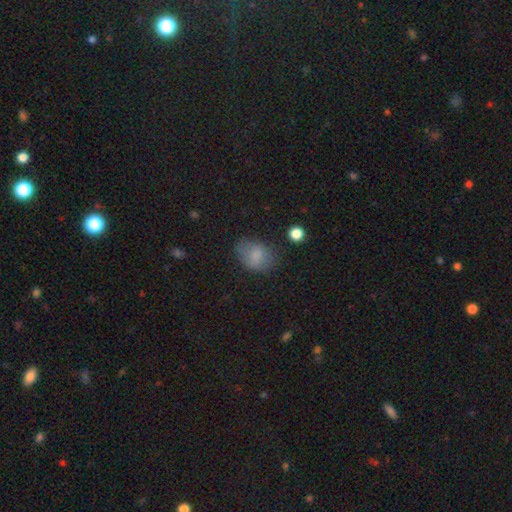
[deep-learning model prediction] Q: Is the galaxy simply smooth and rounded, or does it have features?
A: smooth — 77%.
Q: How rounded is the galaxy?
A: in between — 74%.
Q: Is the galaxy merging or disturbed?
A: none — 64%.